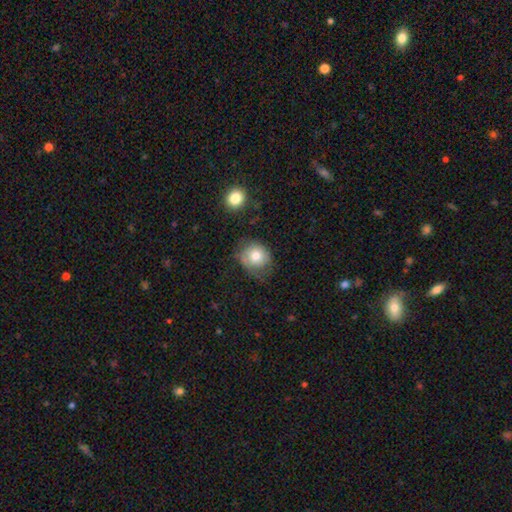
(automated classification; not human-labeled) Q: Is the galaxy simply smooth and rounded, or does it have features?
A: smooth — 70%.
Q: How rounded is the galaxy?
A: round — 77%.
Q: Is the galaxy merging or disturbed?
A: none — 55%.